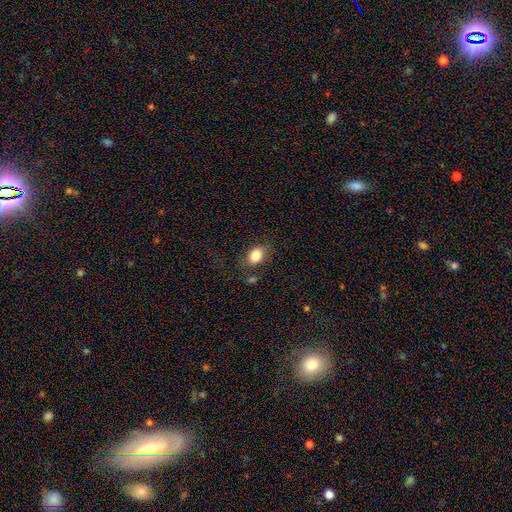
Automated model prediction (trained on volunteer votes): Smooth or featured? smooth (83%)
How rounded? in between (74%)
Merging? none (72%)